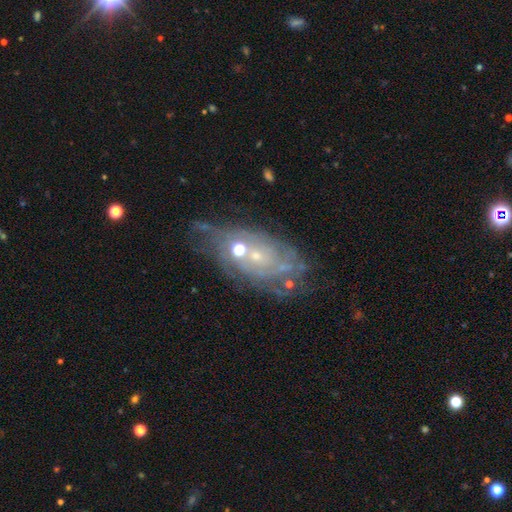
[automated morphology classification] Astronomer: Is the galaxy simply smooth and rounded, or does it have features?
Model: featured or disk — 76%.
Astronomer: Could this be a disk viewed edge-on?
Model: no — 93%.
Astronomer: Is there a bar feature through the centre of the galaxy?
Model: no — 80%.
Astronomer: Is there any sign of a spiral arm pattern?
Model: yes — 77%.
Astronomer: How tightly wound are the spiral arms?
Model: tight — 64%.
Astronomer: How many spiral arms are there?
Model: can't tell — 56%.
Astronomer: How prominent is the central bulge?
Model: small — 66%.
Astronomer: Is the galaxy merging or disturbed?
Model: none — 57%.